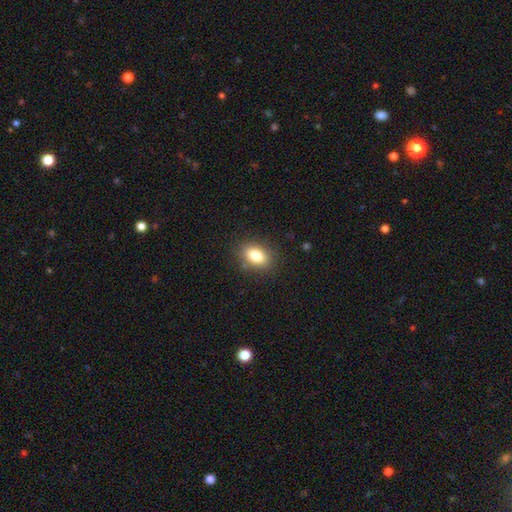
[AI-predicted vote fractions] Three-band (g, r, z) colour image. It shows a smooth galaxy with no disk features (82%) that is in between round and cigar-shaped (83%). Merging: none (85%).